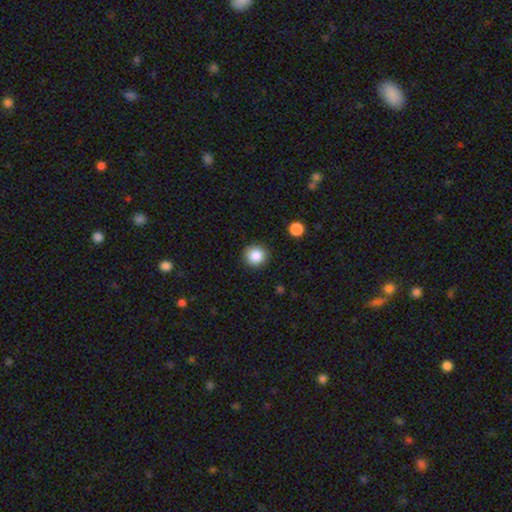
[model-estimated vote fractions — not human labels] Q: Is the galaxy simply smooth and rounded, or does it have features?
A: smooth — 86%.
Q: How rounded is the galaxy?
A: round — 93%.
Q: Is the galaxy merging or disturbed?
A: none — 90%.